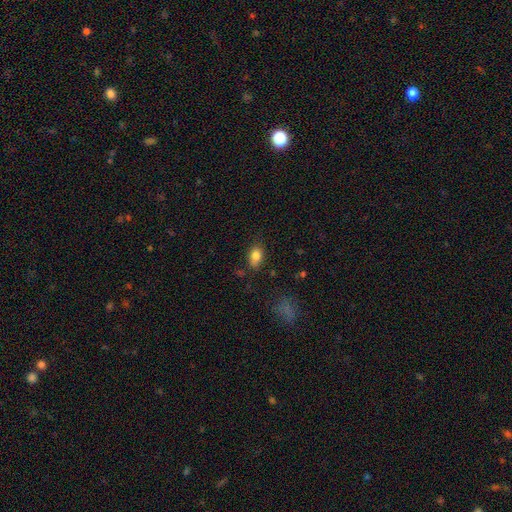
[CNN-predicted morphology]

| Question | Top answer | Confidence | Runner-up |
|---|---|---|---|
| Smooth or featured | smooth | 83% | star or artifact (9%) |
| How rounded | in between | 85% | round (12%) |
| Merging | none | 76% | minor disturbance (18%) |